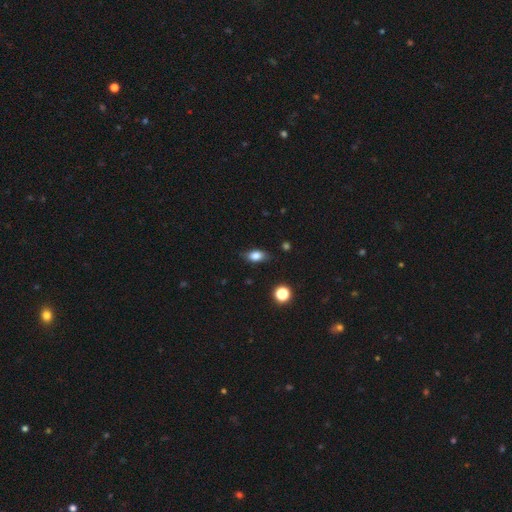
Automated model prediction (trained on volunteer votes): smooth 80%, featured or disk 10%, star or artifact 10%. Down the decision tree: how rounded — in between (82%); merging — none (79%).